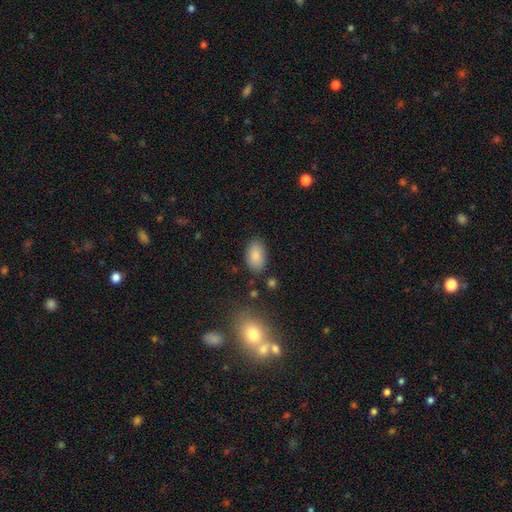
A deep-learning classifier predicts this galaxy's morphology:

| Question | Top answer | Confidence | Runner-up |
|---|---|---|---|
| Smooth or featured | smooth | 86% | star or artifact (8%) |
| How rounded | in between | 92% | round (6%) |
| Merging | none | 83% | minor disturbance (12%) |